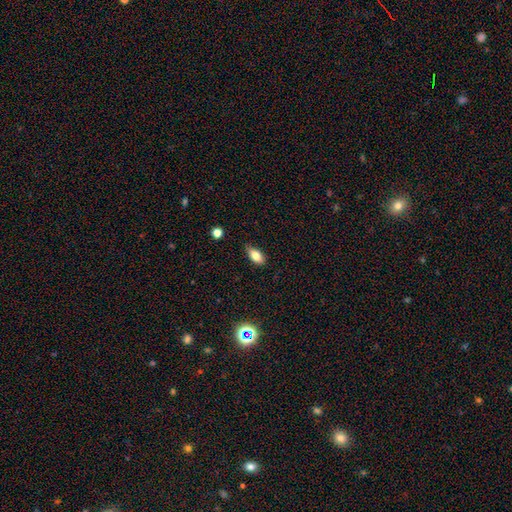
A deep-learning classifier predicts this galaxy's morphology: Smooth or featured: smooth — 78% (featured or disk — 13%)
How rounded: in between — 87% (cigar-shaped — 9%)
Merging: none — 81% (minor disturbance — 15%)